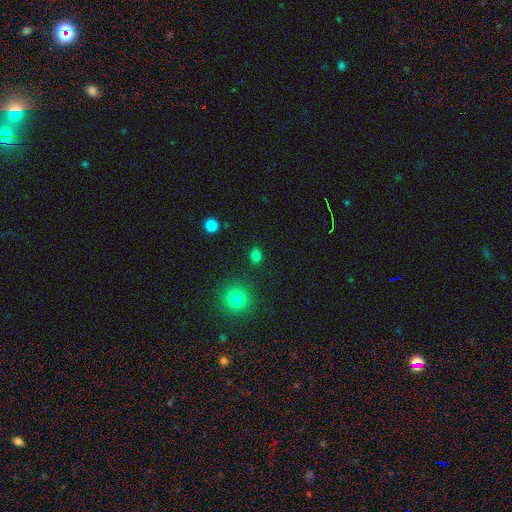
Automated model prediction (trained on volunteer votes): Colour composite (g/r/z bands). It shows a smooth galaxy with no disk features (81%) that is round (63%). Merging: none (87%).